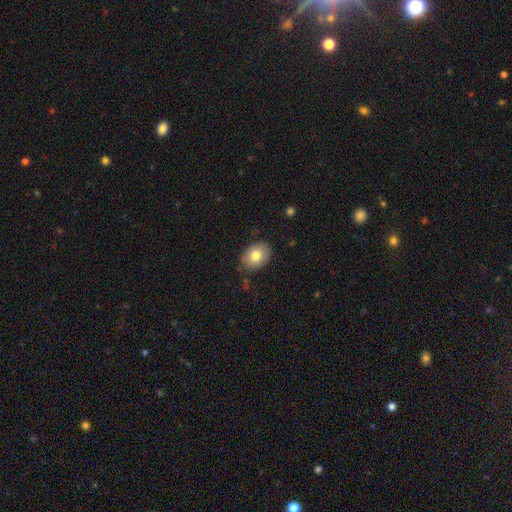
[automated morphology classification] This is likely a smooth galaxy (79%). How rounded: likely in between (72%). Merging: clearly none (84%).